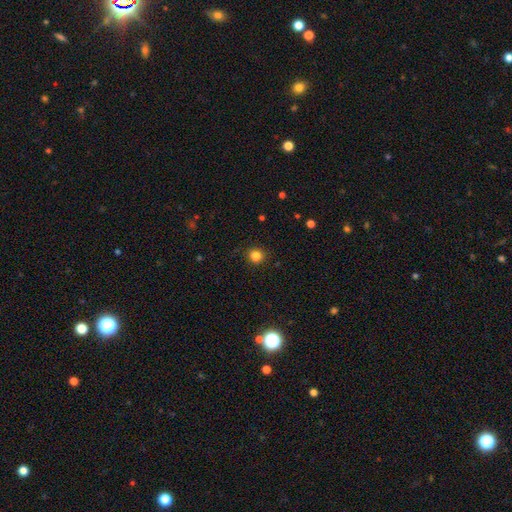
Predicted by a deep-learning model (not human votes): The model was most divided on "smooth or featured": smooth: 83%, star or artifact: 13%, featured or disk: 4%. More confident: how rounded — round (91%); merging — none (90%).